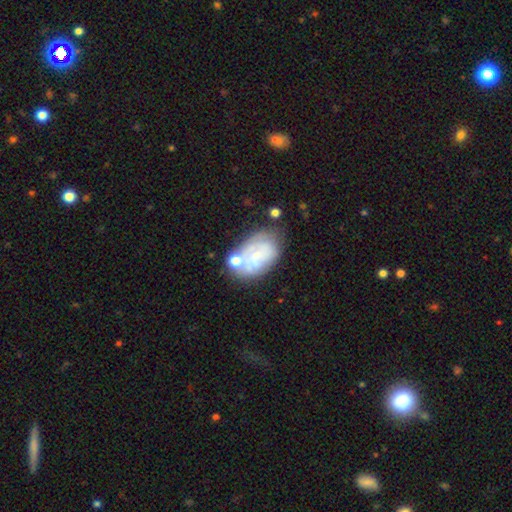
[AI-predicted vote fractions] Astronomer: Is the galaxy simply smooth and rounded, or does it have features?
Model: featured or disk — 55% (runner-up: smooth, 35%).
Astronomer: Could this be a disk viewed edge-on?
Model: no — 96%.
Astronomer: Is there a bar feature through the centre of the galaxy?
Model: no — 75%.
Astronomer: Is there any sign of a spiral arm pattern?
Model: yes — 59% (runner-up: no, 41%).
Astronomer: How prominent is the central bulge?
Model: small — 65%.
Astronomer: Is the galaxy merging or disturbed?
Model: none — 52%.